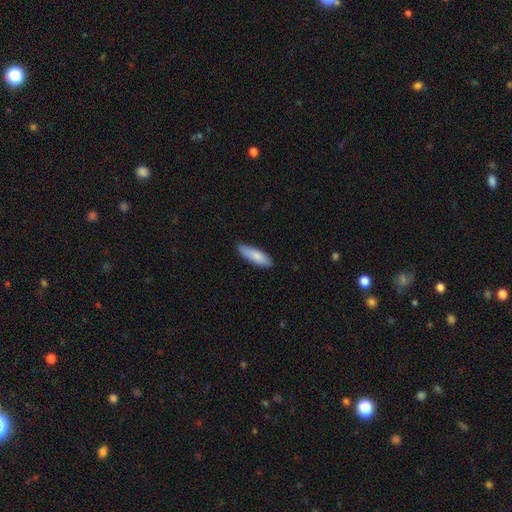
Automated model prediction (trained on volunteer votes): smooth-or-featured: smooth: 84% | featured or disk: 10% | star or artifact: 5%
  how-rounded: in between: 50% | cigar-shaped: 48% | round: 2%
  merging: none: 83% | minor disturbance: 14% | major disturbance: 2% | merger: 1%